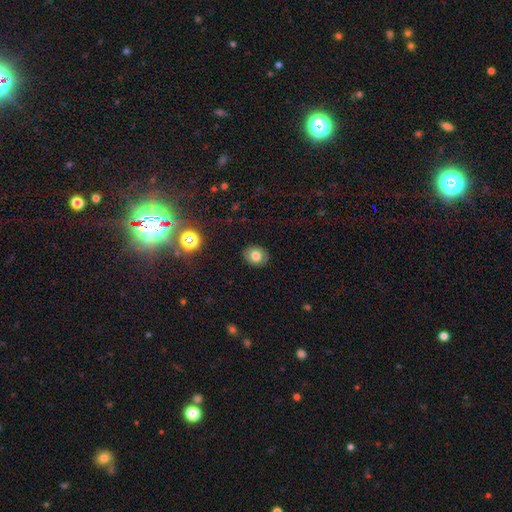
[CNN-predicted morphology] Smooth or featured?
  - smooth: 75% *
  - featured or disk: 14%
  - star or artifact: 11%
How rounded?
  - round: 60% *
  - in between: 39%
  - cigar-shaped: 1%
Merging?
  - none: 88% *
  - minor disturbance: 9%
  - major disturbance: 2%
  - merger: 1%